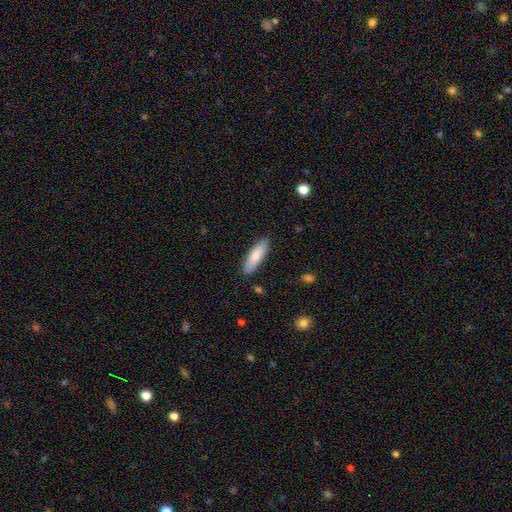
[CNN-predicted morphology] A smooth galaxy with no disk features (83%) that is cigar-shaped (54%). Merging: none (87%).